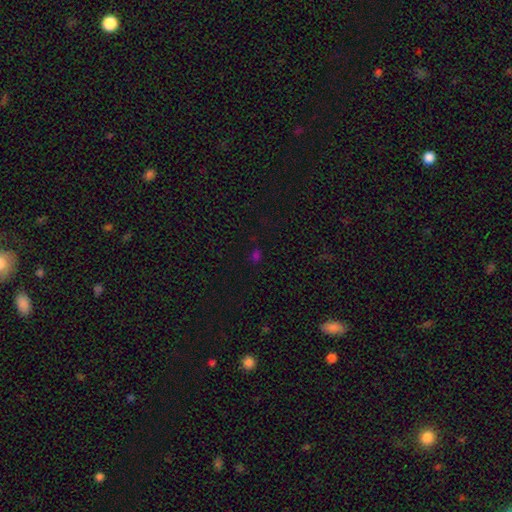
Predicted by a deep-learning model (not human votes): Q: Smooth or featured?
A: smooth (57%); runner-up: star or artifact (38%)
Q: How rounded?
A: in between (66%); runner-up: round (32%)
Q: Merging?
A: none (74%); runner-up: minor disturbance (15%)